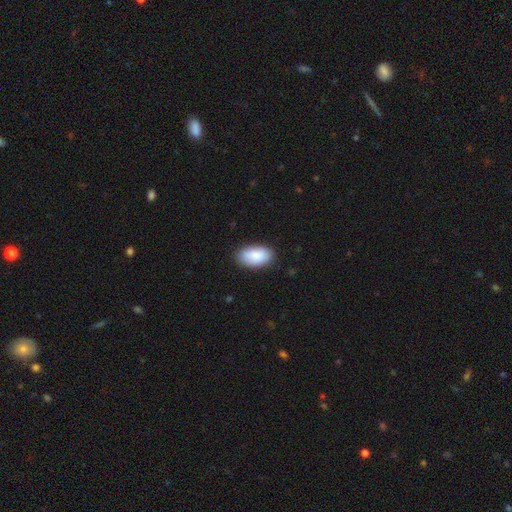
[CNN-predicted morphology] Smooth or featured? smooth (88%)
How rounded? in between (95%)
Merging? none (83%)